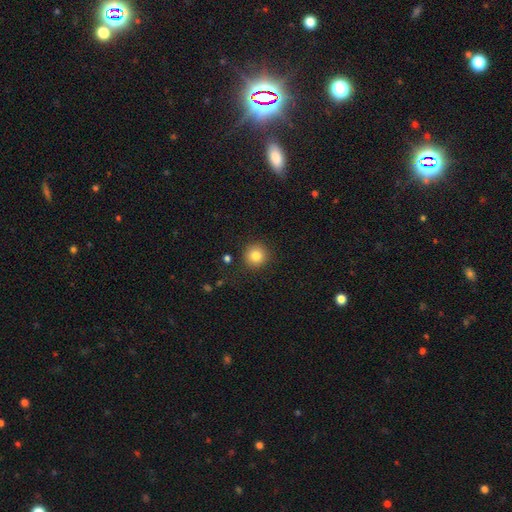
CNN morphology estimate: A smooth galaxy with no disk features (83%) that is round (94%). Merging: none (89%).